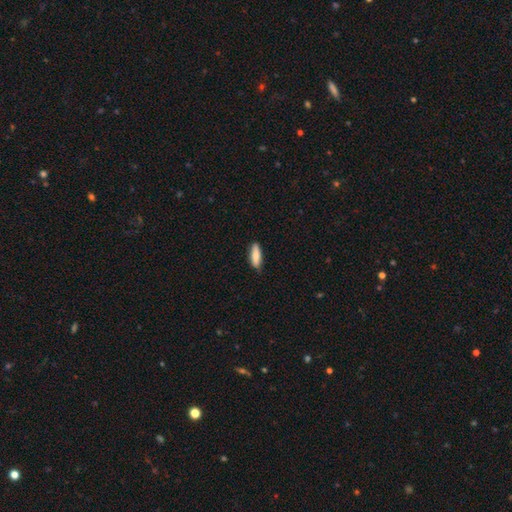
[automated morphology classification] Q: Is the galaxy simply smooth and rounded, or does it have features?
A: smooth — 82%.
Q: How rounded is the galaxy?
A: cigar-shaped — 50%.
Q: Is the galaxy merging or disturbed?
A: none — 85%.